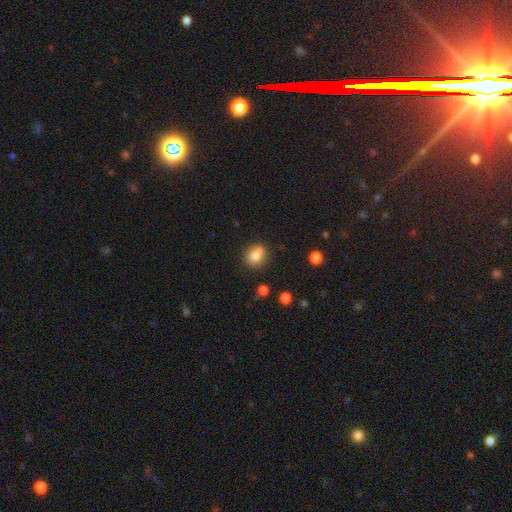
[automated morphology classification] Smooth or featured: smooth — 74% (featured or disk — 15%)
How rounded: round — 68% (in between — 31%)
Merging: none — 61% (merger — 19%)